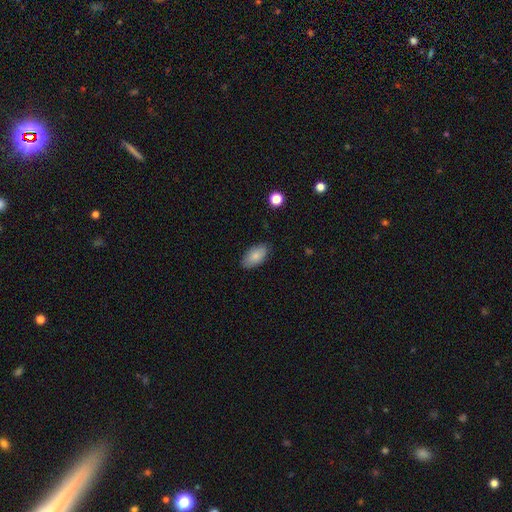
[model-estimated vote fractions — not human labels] smooth-or-featured: smooth: 83% | featured or disk: 10% | star or artifact: 7%
  how-rounded: in between: 94% | round: 3% | cigar-shaped: 3%
  merging: none: 84% | minor disturbance: 13% | major disturbance: 3% | merger: 1%